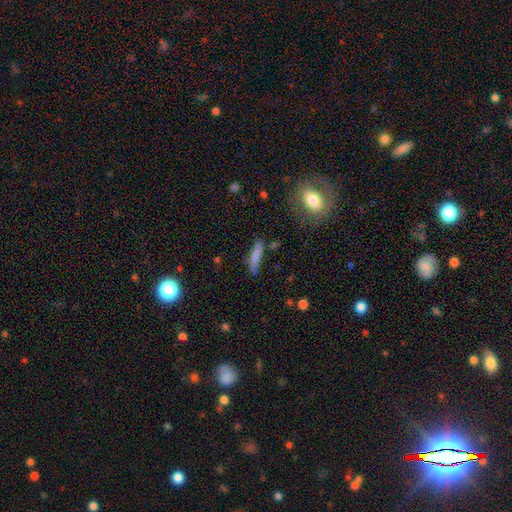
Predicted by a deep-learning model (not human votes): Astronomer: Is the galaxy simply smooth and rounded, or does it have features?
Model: smooth — 76%.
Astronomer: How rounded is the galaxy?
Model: cigar-shaped — 86%.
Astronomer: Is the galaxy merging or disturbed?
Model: none — 70%.